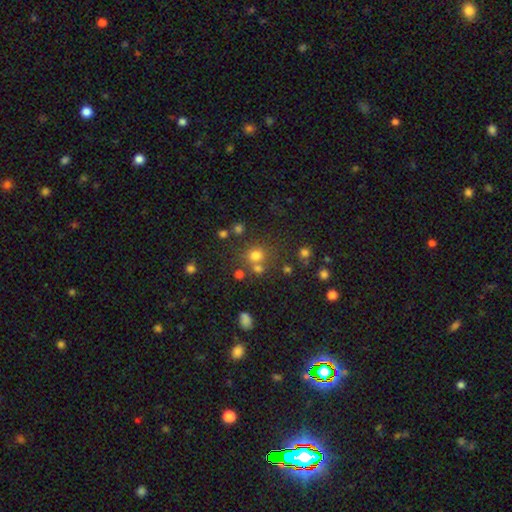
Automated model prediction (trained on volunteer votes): smooth-or-featured: smooth: 71% | star or artifact: 19% | featured or disk: 9%
  how-rounded: round: 80% | in between: 19% | cigar-shaped: 1%
  merging: none: 62% | merger: 22% | minor disturbance: 11% | major disturbance: 6%